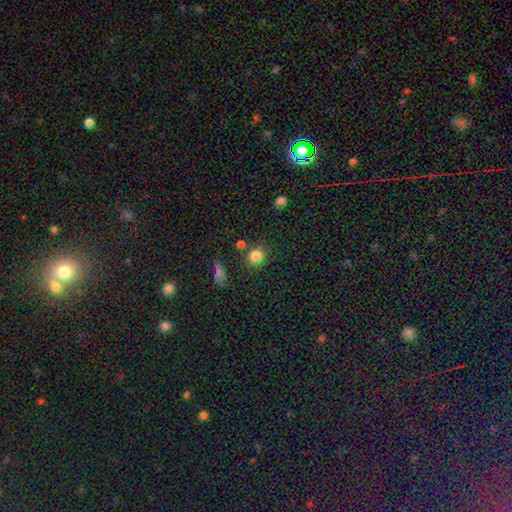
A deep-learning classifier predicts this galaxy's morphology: Q: Smooth or featured?
A: smooth (83%); runner-up: star or artifact (11%)
Q: How rounded?
A: round (67%); runner-up: in between (31%)
Q: Merging?
A: none (78%); runner-up: minor disturbance (11%)